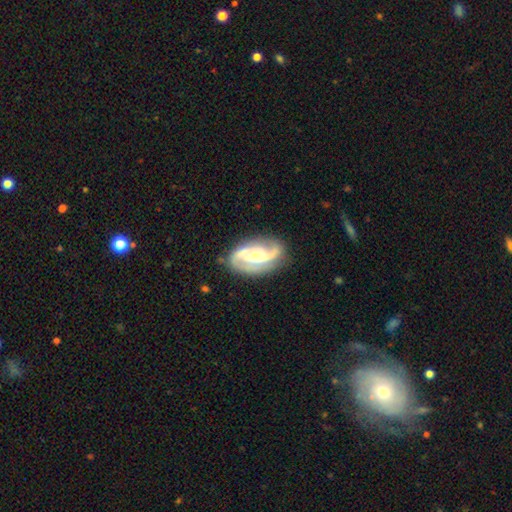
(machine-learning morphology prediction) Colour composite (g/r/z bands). It shows a featured or disk galaxy (87%) with no bar (48%), 2 (79%) medium (51%) spiral arms (97%) and a moderate central bulge (56%). Merging: none (76%).